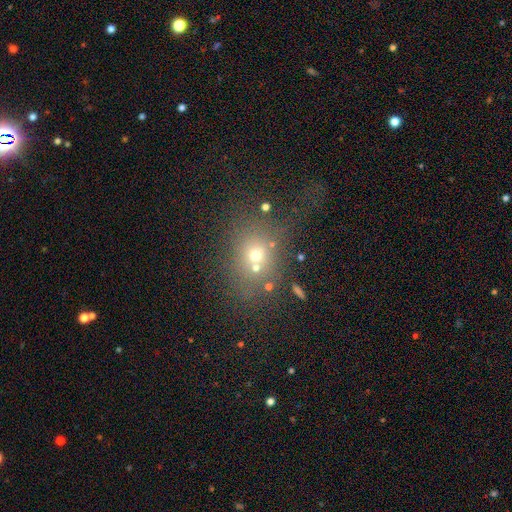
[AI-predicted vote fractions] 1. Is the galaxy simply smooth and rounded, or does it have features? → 58% smooth, 23% star or artifact, 18% featured or disk.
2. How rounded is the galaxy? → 60% round, 39% in between, 1% cigar-shaped.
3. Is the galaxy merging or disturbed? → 52% none, 24% merger, 14% minor disturbance, 10% major disturbance.